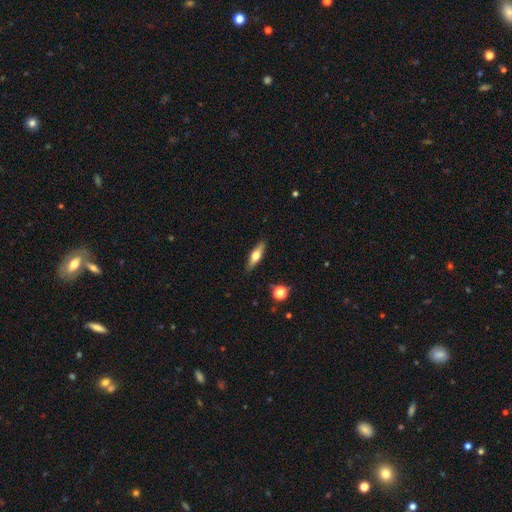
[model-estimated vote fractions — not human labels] A smooth galaxy with no disk features (51%) that is cigar-shaped (57%).

Vote fractions:
- Smooth or featured? smooth: 51% / featured or disk: 42% / star or artifact: 7%
- How rounded? cigar-shaped: 57% / in between: 40% / round: 3%
- Merging? none: 88% / minor disturbance: 9% / major disturbance: 2% / merger: 1%